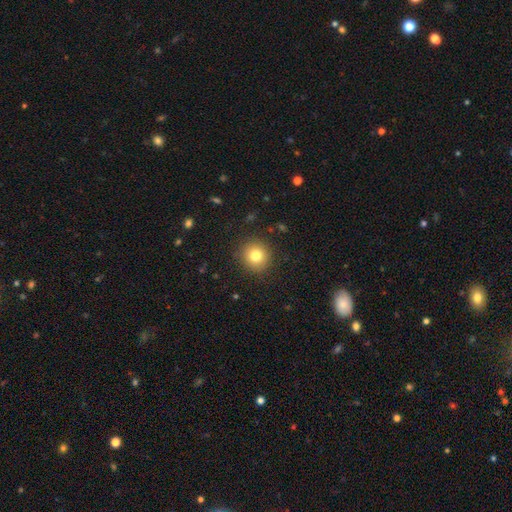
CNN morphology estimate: This is likely a smooth galaxy (79%). How rounded: clearly round (92%). Merging: clearly none (90%).